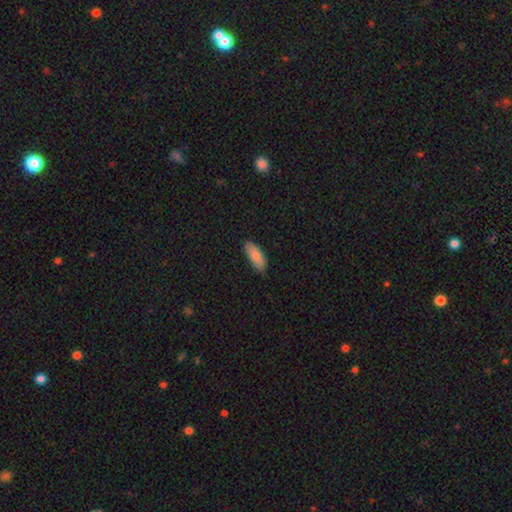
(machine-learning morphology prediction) type=smooth (86%); roundness=in between (75%); merging=none (84%).